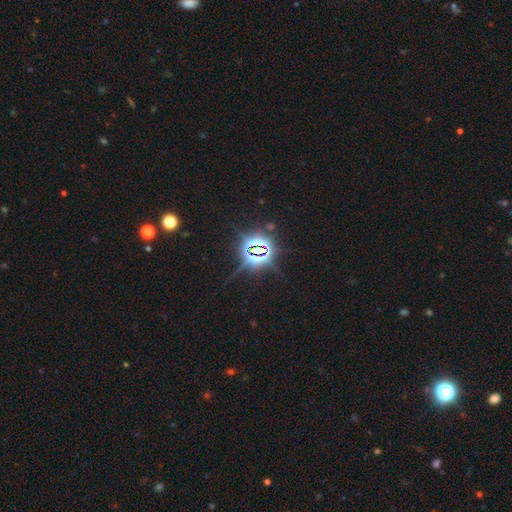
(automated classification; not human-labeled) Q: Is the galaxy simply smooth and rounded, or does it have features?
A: star or artifact — 84%.